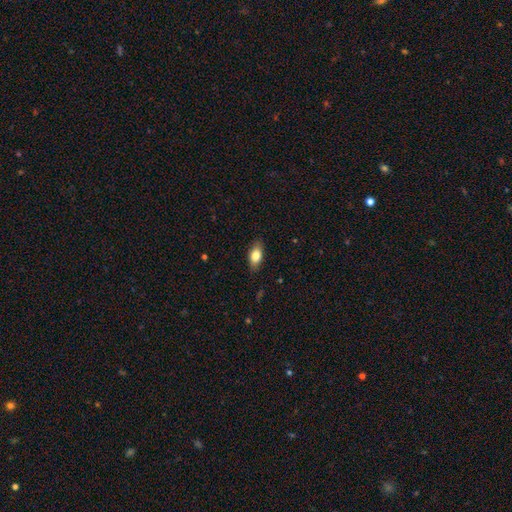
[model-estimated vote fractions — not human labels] A smooth galaxy with no disk features (80%) that is in between round and cigar-shaped (87%). Merging: none (85%).